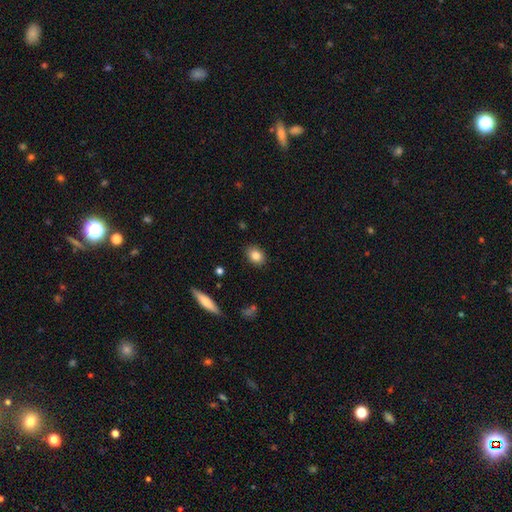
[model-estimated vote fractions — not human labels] Smooth or featured: smooth — 83% (star or artifact — 9%)
How rounded: in between — 58% (round — 41%)
Merging: none — 88% (minor disturbance — 9%)